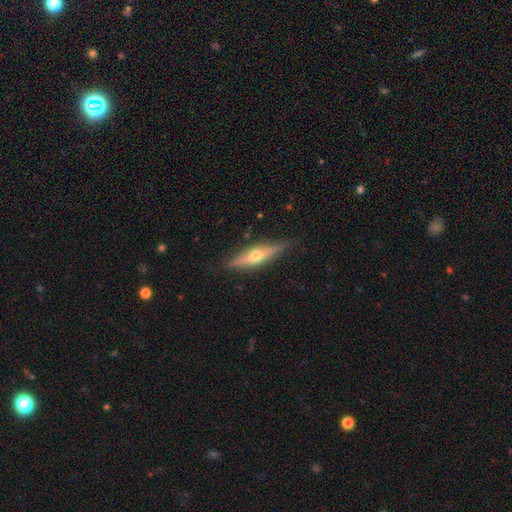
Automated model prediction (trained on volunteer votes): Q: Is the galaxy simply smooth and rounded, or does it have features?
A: featured or disk — 65%.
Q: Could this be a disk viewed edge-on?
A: yes — 94%.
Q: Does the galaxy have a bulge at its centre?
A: rounded — 92%.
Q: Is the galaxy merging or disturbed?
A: none — 86%.